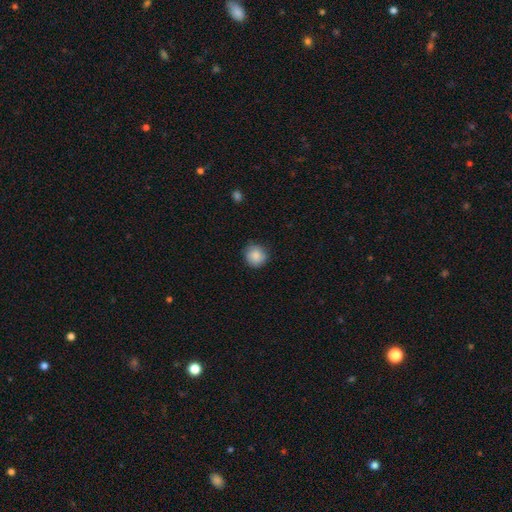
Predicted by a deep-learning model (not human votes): This appears to be a smooth galaxy with no disk features (86%) that is round (91%). Merging: none (83%).